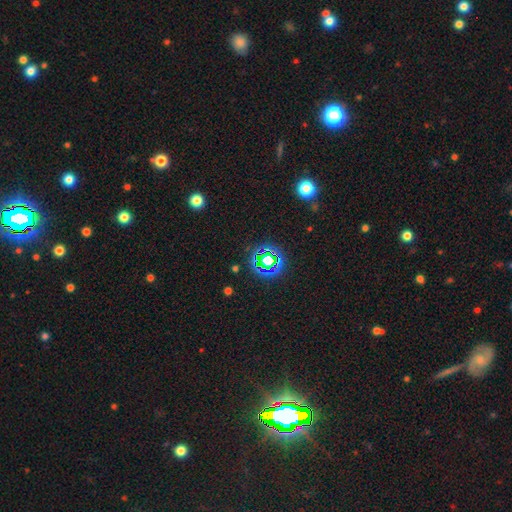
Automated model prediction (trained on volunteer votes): Smooth or featured? Predicted: star or artifact (p=0.78).